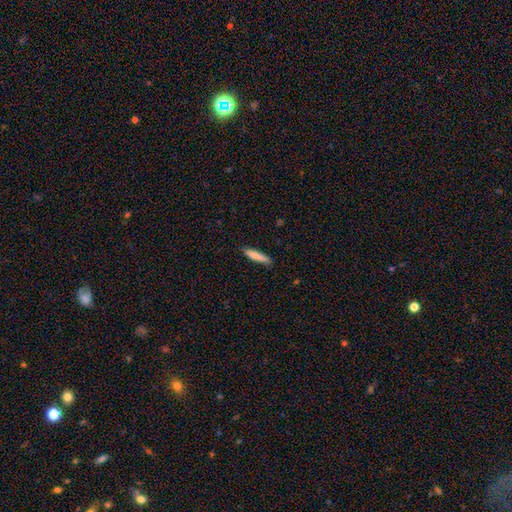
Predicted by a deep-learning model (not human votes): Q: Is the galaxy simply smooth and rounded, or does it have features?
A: smooth — 80%.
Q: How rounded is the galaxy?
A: cigar-shaped — 85%.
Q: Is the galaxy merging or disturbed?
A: none — 84%.